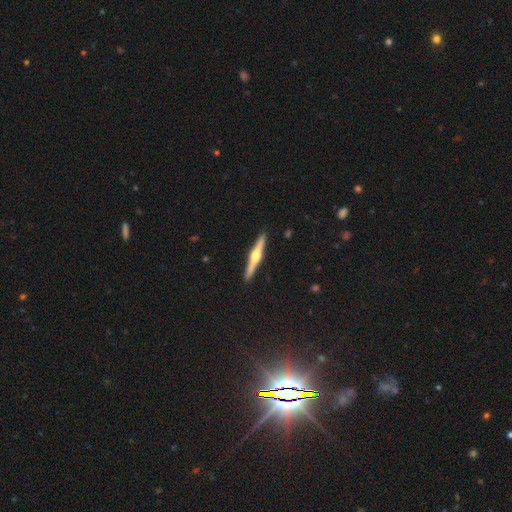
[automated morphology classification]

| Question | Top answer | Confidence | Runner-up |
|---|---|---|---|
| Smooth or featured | featured or disk | 75% | smooth (20%) |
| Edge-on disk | yes | 98% | no (2%) |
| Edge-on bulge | rounded | 94% | boxy (4%) |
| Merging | none | 92% | minor disturbance (6%) |